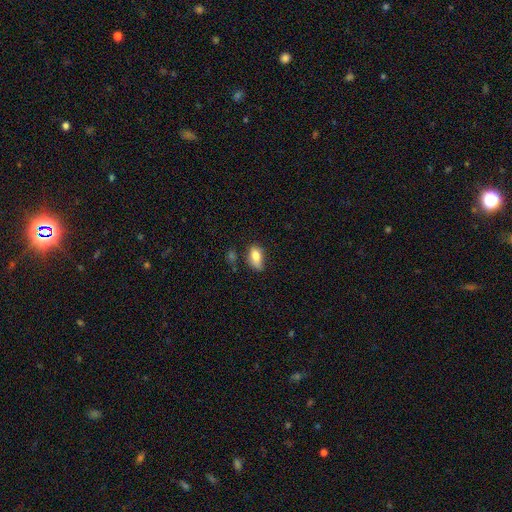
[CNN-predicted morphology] A smooth galaxy with no disk features (79%) that is in between round and cigar-shaped (87%). Merging: none (45%).